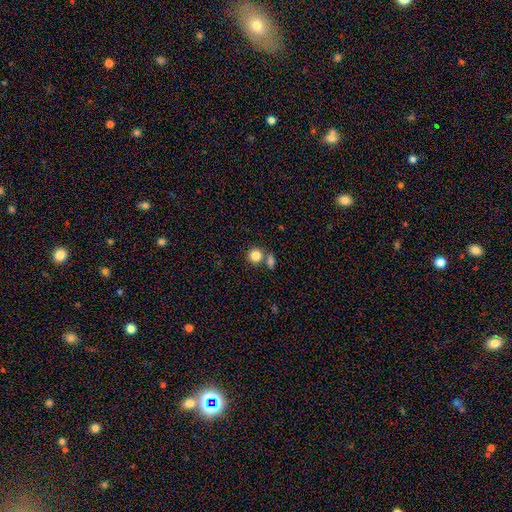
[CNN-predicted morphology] type=smooth (84%); roundness=round (89%); merging=none (65%).